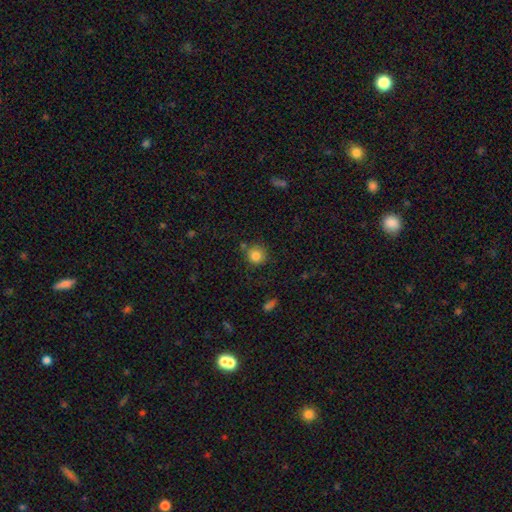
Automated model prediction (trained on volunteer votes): A smooth galaxy with no disk features (84%) that is round (90%).

Vote fractions:
- Smooth or featured? smooth: 84% / star or artifact: 10% / featured or disk: 5%
- How rounded? round: 90% / in between: 9% / cigar-shaped: 1%
- Merging? none: 74% / minor disturbance: 14% / merger: 8% / major disturbance: 4%